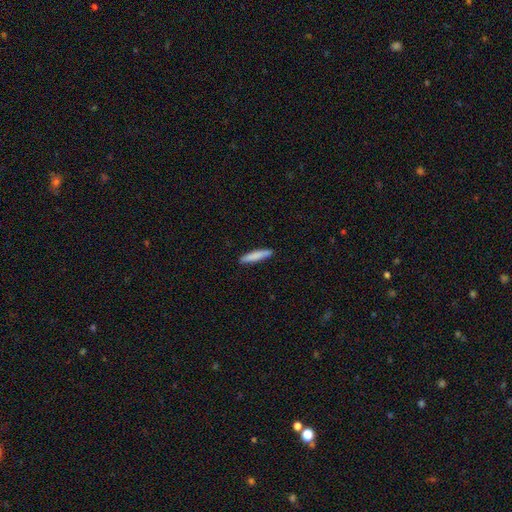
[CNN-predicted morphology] Smooth or featured: smooth — 83% (featured or disk — 11%)
How rounded: cigar-shaped — 89% (in between — 10%)
Merging: none — 90% (minor disturbance — 7%)